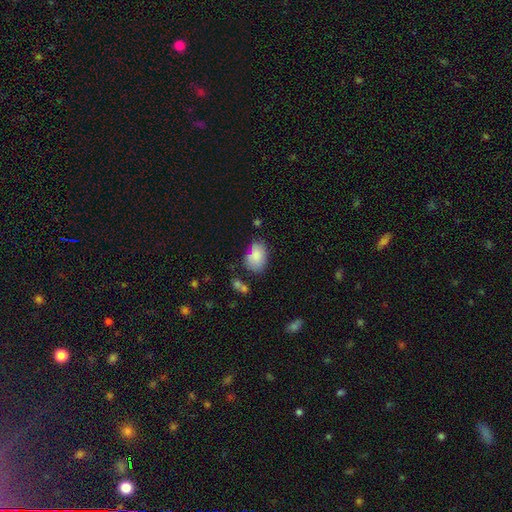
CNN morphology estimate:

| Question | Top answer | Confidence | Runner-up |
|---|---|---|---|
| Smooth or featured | smooth | 83% | featured or disk (9%) |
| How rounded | in between | 80% | round (19%) |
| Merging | none | 60% | minor disturbance (25%) |